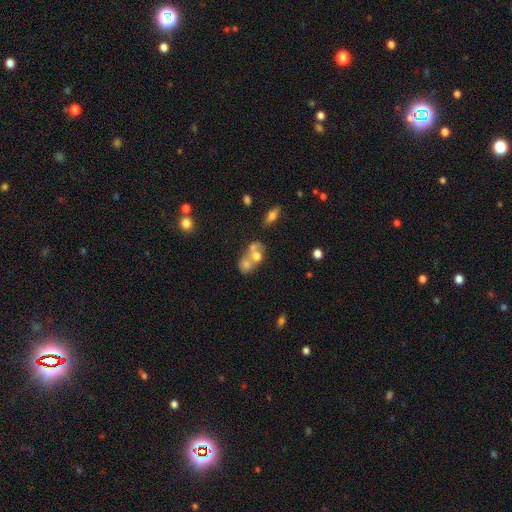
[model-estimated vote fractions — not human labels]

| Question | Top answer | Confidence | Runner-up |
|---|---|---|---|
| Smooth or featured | smooth | 62% | featured or disk (26%) |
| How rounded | round | 53% | in between (45%) |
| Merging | merger | 66% | none (22%) |